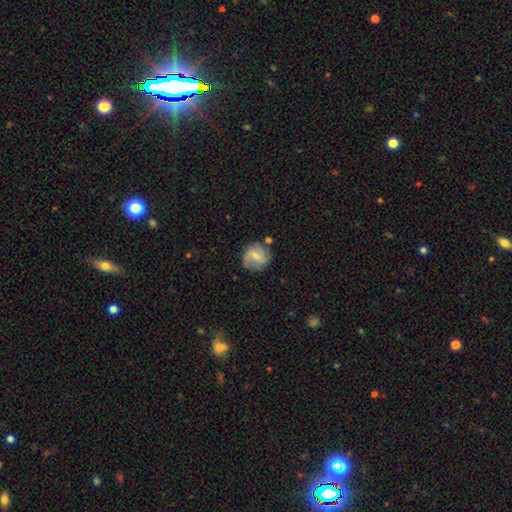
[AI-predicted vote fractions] Morphology: type=featured or disk (67%); edge-on=no (97%); bar=weak (50%); spiral arms=yes (91%); winding=medium (45%); arm count=2 (57%); bulge=small (61%); merging=none (70%).